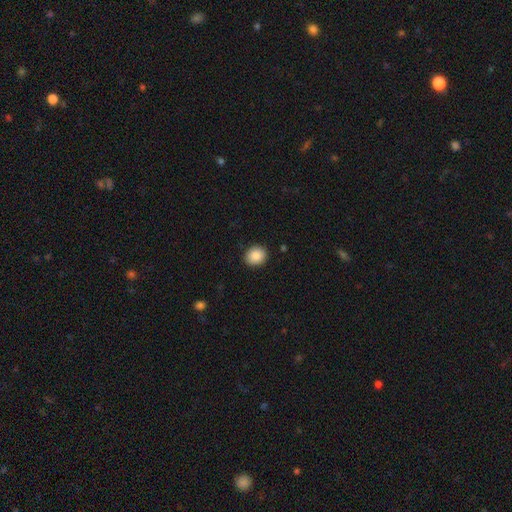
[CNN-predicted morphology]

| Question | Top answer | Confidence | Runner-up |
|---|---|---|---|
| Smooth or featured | smooth | 89% | star or artifact (8%) |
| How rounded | round | 66% | in between (33%) |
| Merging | none | 90% | minor disturbance (7%) |